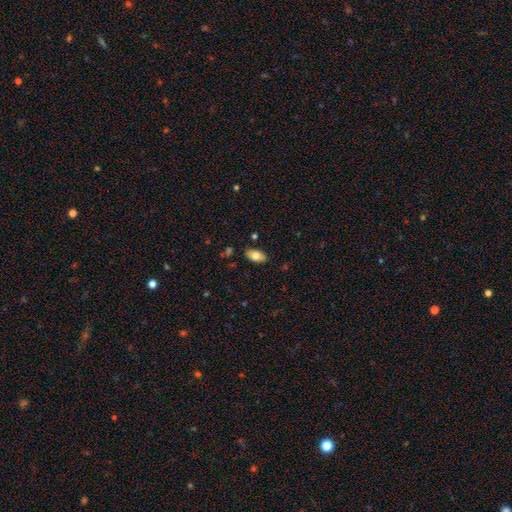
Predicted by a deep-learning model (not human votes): A smooth galaxy with no disk features (75%) that is in between round and cigar-shaped (93%). Merging: none (86%).